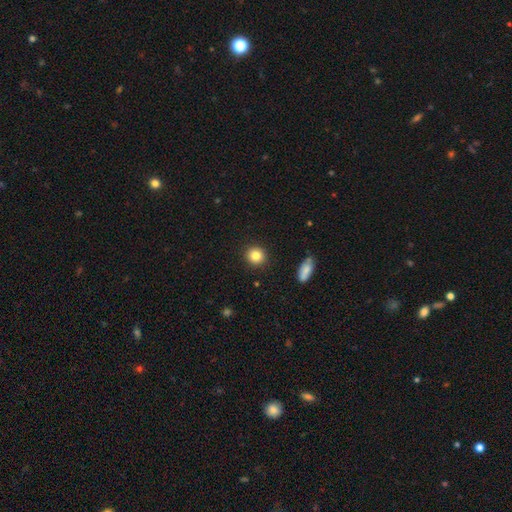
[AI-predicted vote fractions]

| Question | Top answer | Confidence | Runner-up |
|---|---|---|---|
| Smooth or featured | smooth | 84% | star or artifact (10%) |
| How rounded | round | 89% | in between (10%) |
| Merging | none | 91% | minor disturbance (6%) |